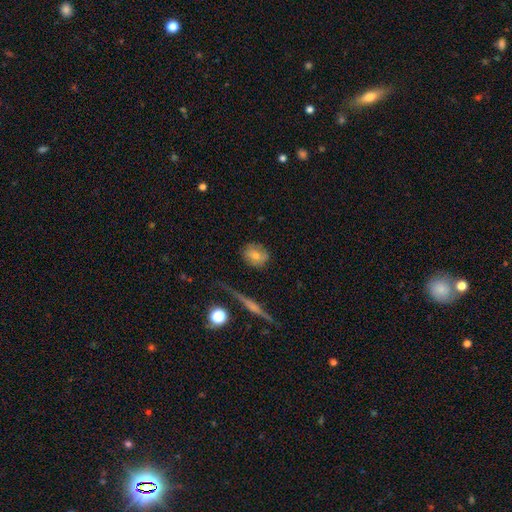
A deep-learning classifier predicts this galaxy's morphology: Q: Smooth or featured?
A: smooth (70%); runner-up: featured or disk (21%)
Q: How rounded?
A: round (65%); runner-up: in between (33%)
Q: Merging?
A: none (80%); runner-up: minor disturbance (14%)